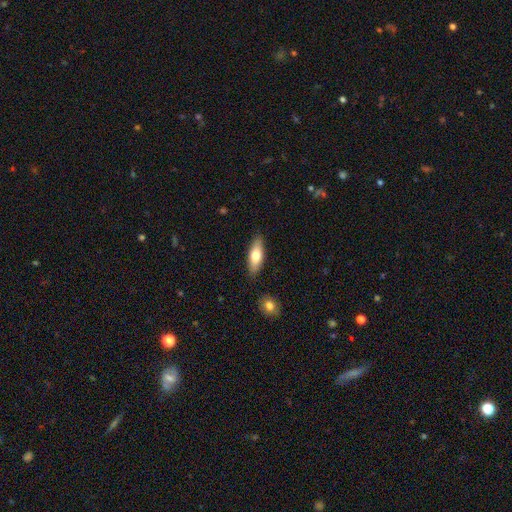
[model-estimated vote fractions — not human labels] smooth 71%, featured or disk 23%, star or artifact 6%. Down the decision tree: how rounded — in between (64%); merging — none (86%).